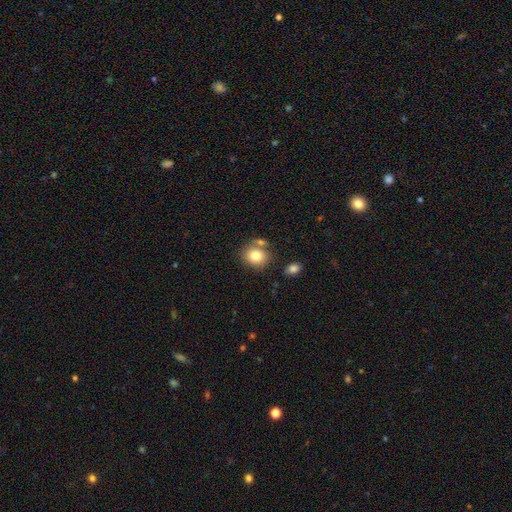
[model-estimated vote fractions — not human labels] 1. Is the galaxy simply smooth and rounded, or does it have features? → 80% smooth, 10% featured or disk, 9% star or artifact.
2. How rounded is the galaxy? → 66% round, 33% in between, 1% cigar-shaped.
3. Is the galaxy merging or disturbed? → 63% none, 20% merger, 13% minor disturbance, 4% major disturbance.